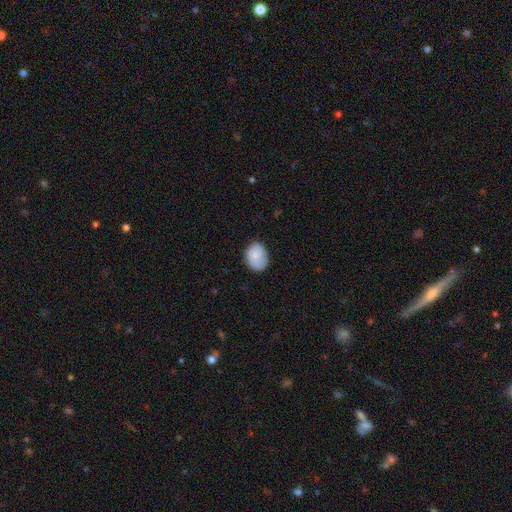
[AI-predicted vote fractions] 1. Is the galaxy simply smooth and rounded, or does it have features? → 84% smooth, 9% featured or disk, 7% star or artifact.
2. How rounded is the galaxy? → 60% in between, 39% round, 1% cigar-shaped.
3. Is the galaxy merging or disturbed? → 73% none, 22% minor disturbance, 4% major disturbance, 1% merger.